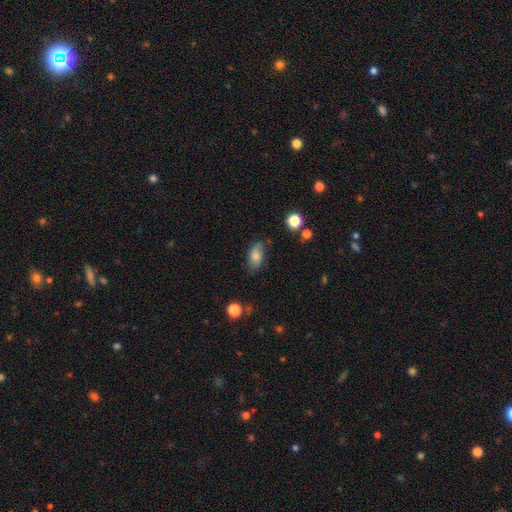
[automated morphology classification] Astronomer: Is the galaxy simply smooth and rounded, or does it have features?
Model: smooth — 78%.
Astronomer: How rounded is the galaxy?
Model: in between — 89%.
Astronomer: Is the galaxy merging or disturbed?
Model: none — 70%.